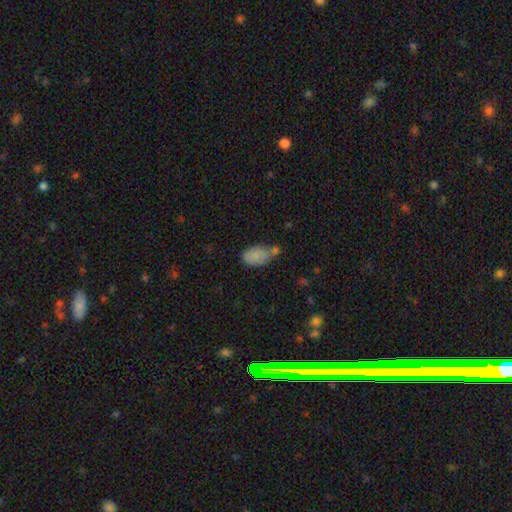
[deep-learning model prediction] This appears to be a smooth galaxy with no disk features (82%) that is in between round and cigar-shaped (91%). Merging: none (37%).